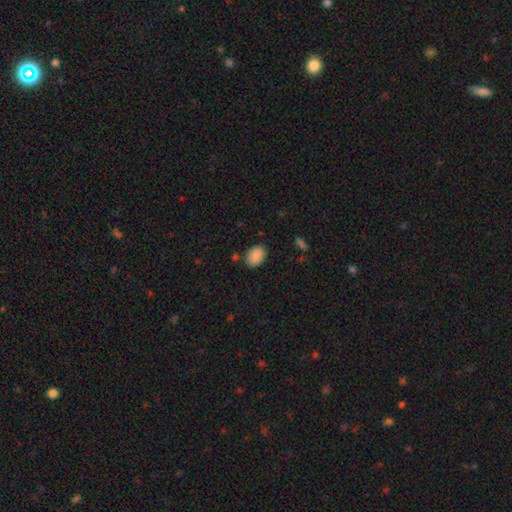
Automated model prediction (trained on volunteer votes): Smooth or featured? smooth (89%)
How rounded? in between (82%)
Merging? none (82%)